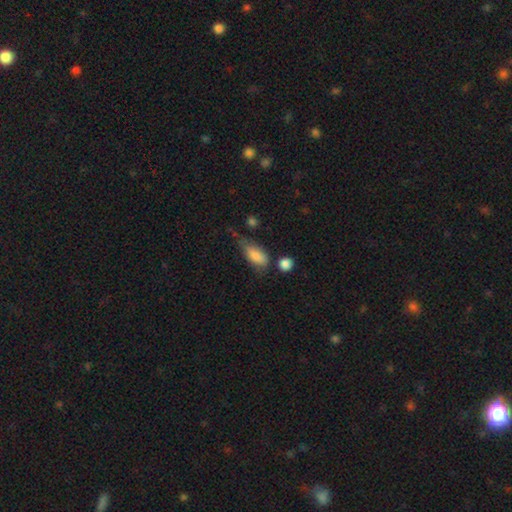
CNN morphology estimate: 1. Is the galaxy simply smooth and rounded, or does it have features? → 80% smooth, 13% featured or disk, 8% star or artifact.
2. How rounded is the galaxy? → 82% in between, 13% cigar-shaped, 5% round.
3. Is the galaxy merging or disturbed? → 38% minor disturbance, 35% none, 19% major disturbance, 8% merger.